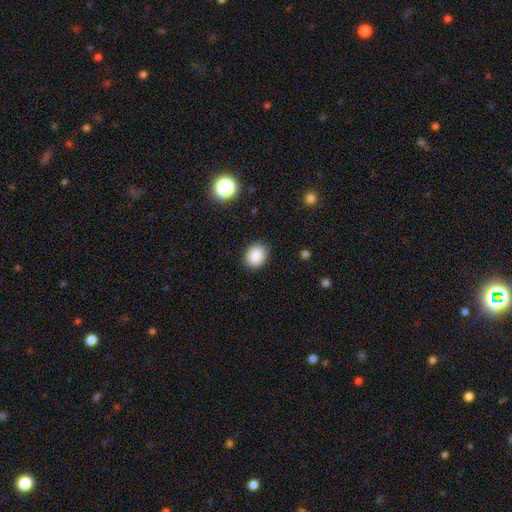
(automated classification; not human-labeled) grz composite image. It shows a smooth galaxy with no disk features (87%) that is round (64%). Merging: none (88%).